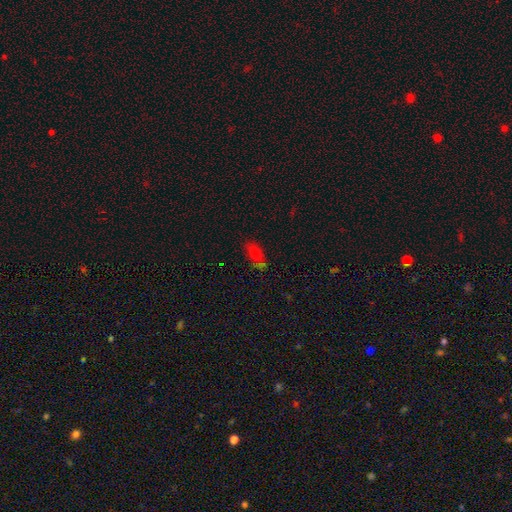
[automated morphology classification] A smooth galaxy with no disk features (67%) that is in between round and cigar-shaped (85%). Merging: none (59%).